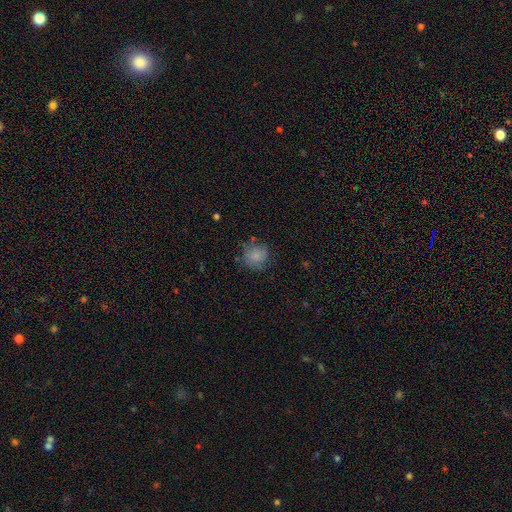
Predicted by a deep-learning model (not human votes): Smooth or featured: smooth — 77% (featured or disk — 14%)
How rounded: round — 84% (in between — 15%)
Merging: none — 70% (minor disturbance — 20%)